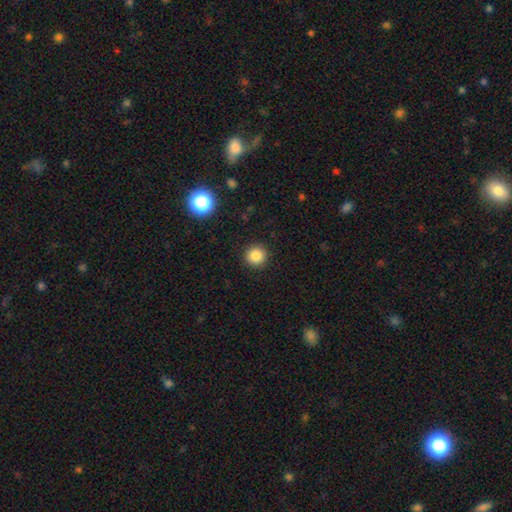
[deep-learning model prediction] smooth_or_featured: smooth (p=0.84) [alt: star or artifact p=0.11]
how_rounded: round (p=0.95) [alt: in between p=0.04]
merging: none (p=0.92) [alt: minor disturbance p=0.05]